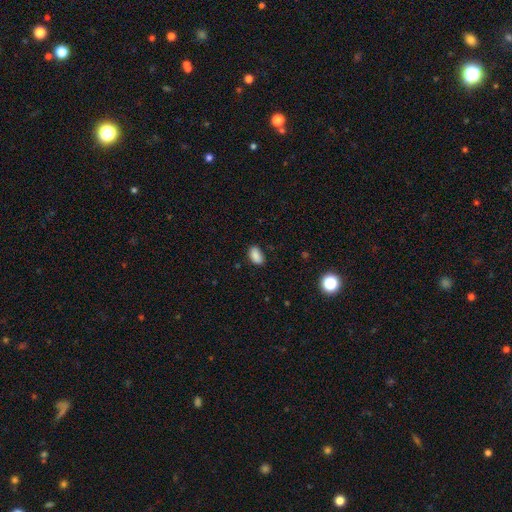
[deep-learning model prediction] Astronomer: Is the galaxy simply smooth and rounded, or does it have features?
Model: smooth — 87%.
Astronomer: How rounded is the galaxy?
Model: in between — 91%.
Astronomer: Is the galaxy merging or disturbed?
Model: none — 79%.